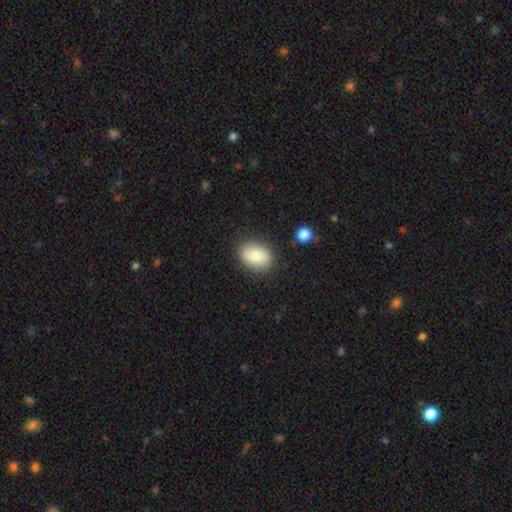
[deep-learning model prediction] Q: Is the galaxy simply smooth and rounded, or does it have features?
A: smooth — 80%.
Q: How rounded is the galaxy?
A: in between — 74%.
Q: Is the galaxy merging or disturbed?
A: none — 85%.